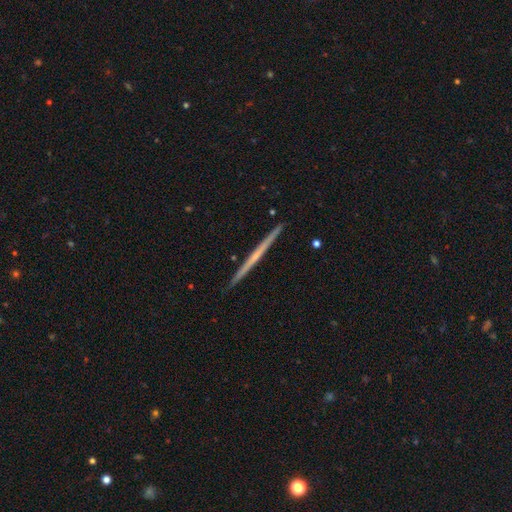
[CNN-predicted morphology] Smooth or featured? Predicted: featured or disk (p=0.66). Edge-on disk? Predicted: yes (p=0.98). Edge-on bulge? Predicted: none (p=0.80). Merging? Predicted: none (p=0.94).